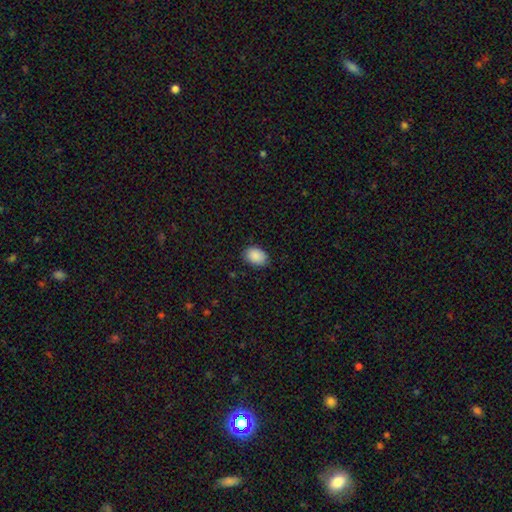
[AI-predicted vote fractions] Smooth or featured? smooth (90%)
How rounded? in between (78%)
Merging? none (85%)